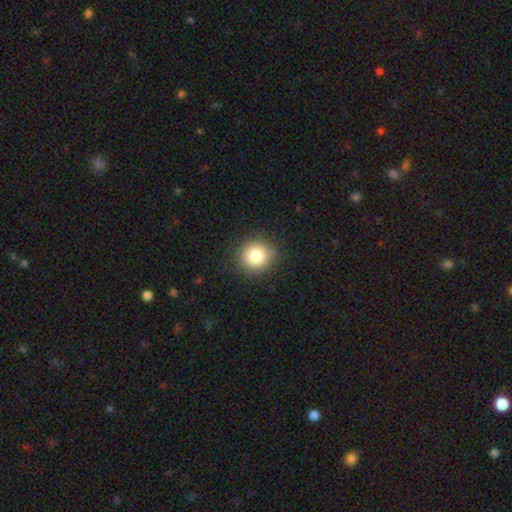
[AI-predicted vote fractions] Smooth or featured: smooth — 83% (star or artifact — 10%)
How rounded: round — 89% (in between — 10%)
Merging: none — 88% (minor disturbance — 8%)